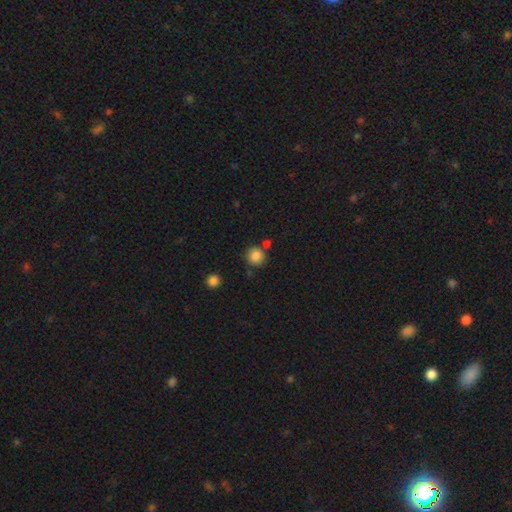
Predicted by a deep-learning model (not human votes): Smooth or featured? Predicted: smooth (p=0.85). How rounded? Predicted: round (p=0.91). Merging? Predicted: none (p=0.75).